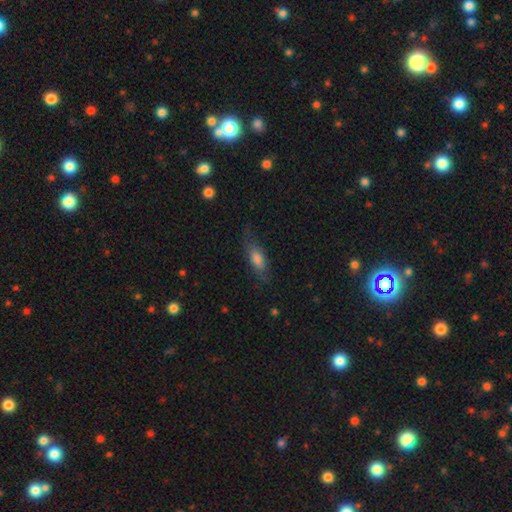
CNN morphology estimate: type=smooth (58%); roundness=in between (56%); merging=none (71%).